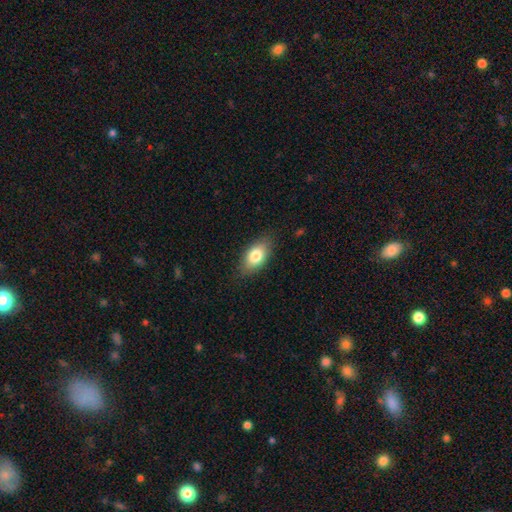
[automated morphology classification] Overall: smooth (80%). How rounded: in between (90%). Merging: none (83%).